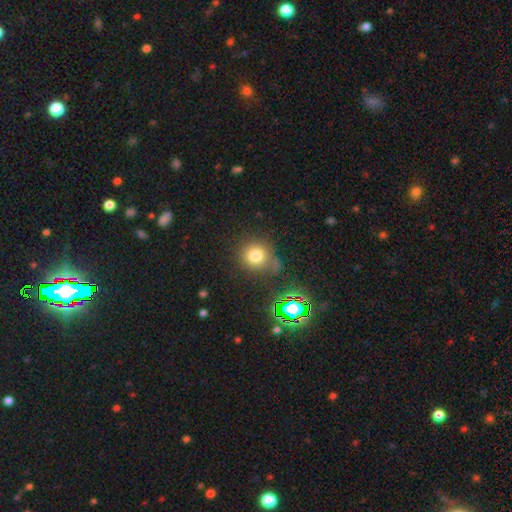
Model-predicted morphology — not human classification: Q: Smooth or featured?
A: smooth (73%); runner-up: star or artifact (19%)
Q: How rounded?
A: round (87%); runner-up: in between (12%)
Q: Merging?
A: none (70%); runner-up: minor disturbance (16%)